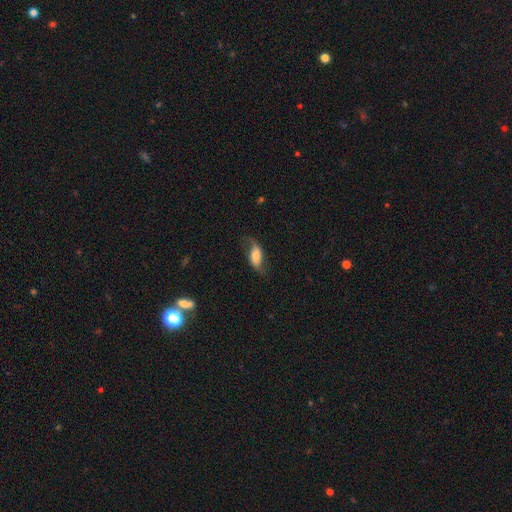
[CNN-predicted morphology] This is possibly a featured or disk galaxy (53%). It is clearly not viewed edge-on (86%). Merging: likely none (62%).